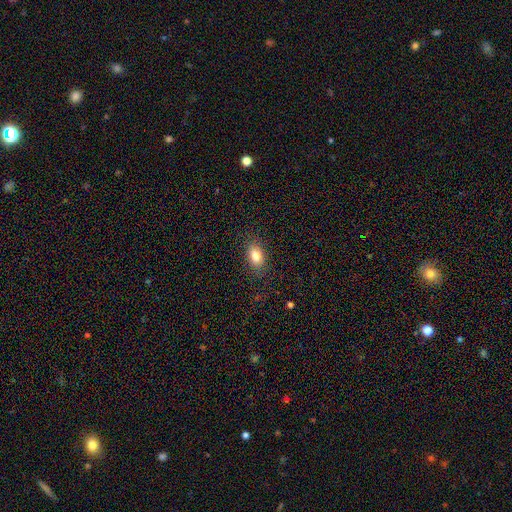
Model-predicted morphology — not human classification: smooth 82%, featured or disk 9%, star or artifact 9%. Down the decision tree: how rounded — in between (86%); merging — none (85%).